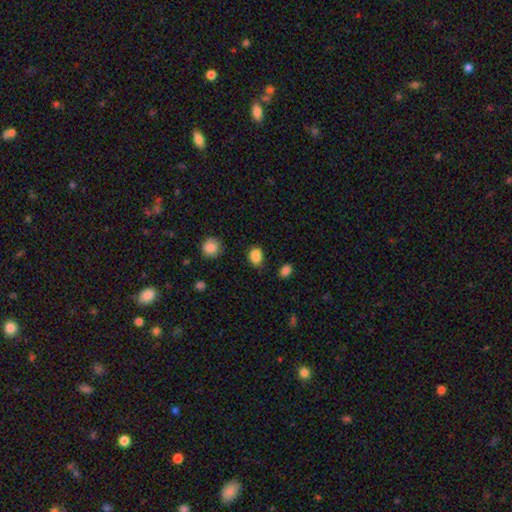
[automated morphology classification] Smooth or featured?
  - smooth: 86% *
  - star or artifact: 10%
  - featured or disk: 4%
How rounded?
  - in between: 68% *
  - round: 30%
  - cigar-shaped: 1%
Merging?
  - none: 75% *
  - minor disturbance: 18%
  - major disturbance: 4%
  - merger: 3%